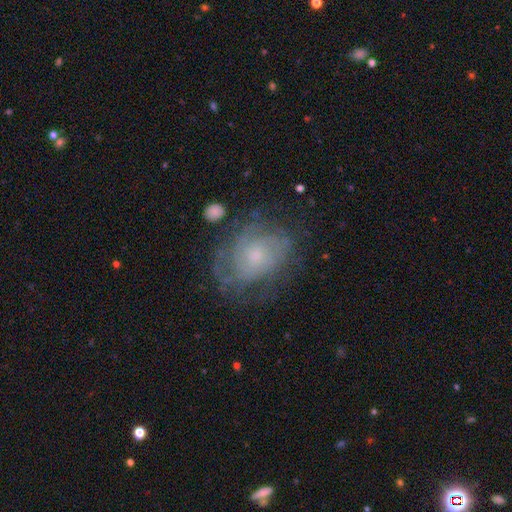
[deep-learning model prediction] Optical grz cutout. It shows a featured or disk galaxy (65%) with no bar (77%), spiral arms (74%) and a small central bulge (55%). Merging: none (63%).